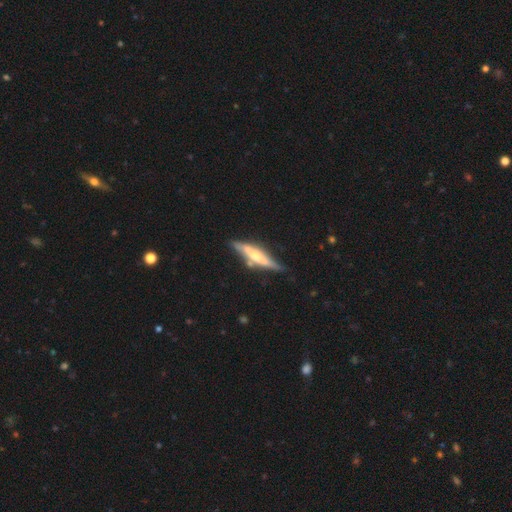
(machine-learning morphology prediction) The model was most divided on "smooth or featured": featured or disk: 68%, smooth: 27%, star or artifact: 5%. More confident: edge-on disk — yes (92%); edge-on bulge — rounded (79%); merging — none (69%).